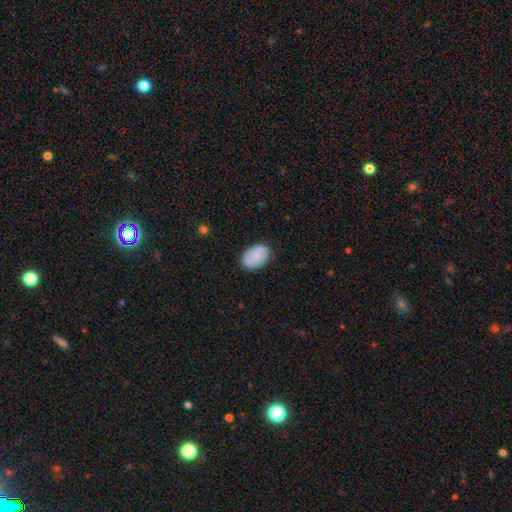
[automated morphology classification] smooth_or_featured: smooth (p=0.79) [alt: featured or disk p=0.14]
how_rounded: in between (p=0.88) [alt: round p=0.11]
merging: none (p=0.82) [alt: minor disturbance p=0.14]